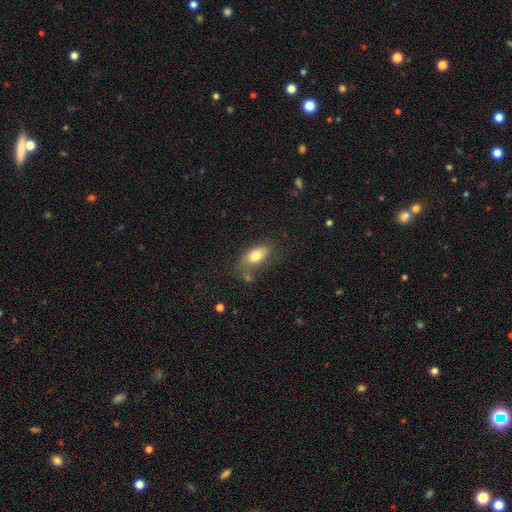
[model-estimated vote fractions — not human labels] smooth-or-featured: smooth: 78% | featured or disk: 14% | star or artifact: 8%
  how-rounded: in between: 88% | cigar-shaped: 6% | round: 6%
  merging: none: 58% | minor disturbance: 23% | merger: 10% | major disturbance: 9%